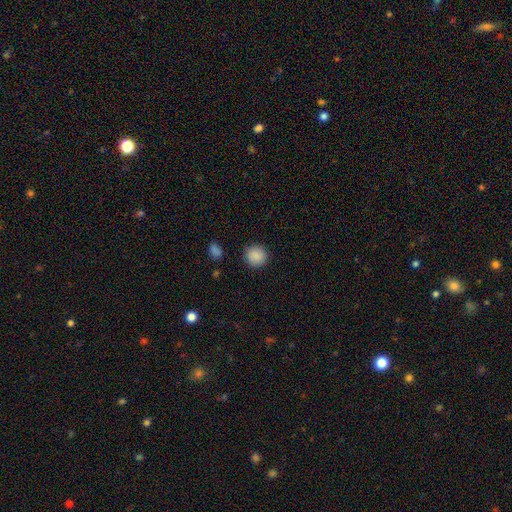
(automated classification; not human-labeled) Overall: smooth (88%). How rounded: round (92%). Merging: none (90%).